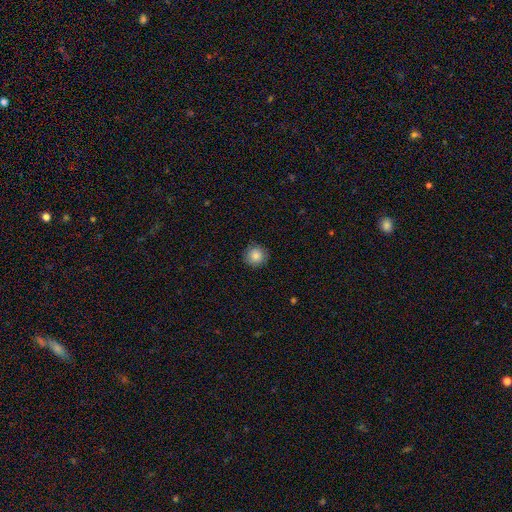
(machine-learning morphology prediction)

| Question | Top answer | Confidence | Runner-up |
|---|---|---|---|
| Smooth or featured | smooth | 86% | star or artifact (9%) |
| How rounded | round | 94% | in between (5%) |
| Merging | none | 87% | minor disturbance (10%) |